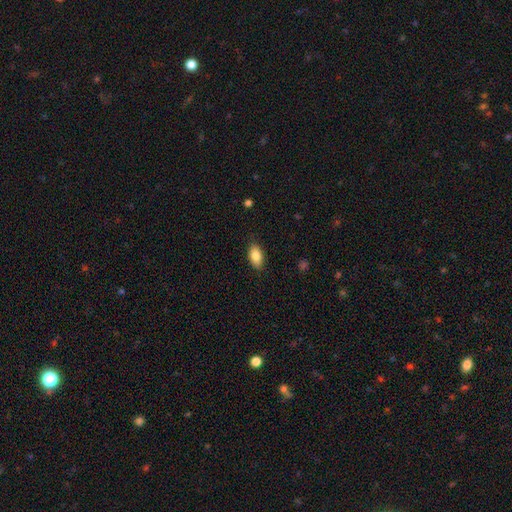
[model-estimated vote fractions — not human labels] A smooth galaxy with no disk features (87%) that is in between round and cigar-shaped (92%). Merging: none (85%).